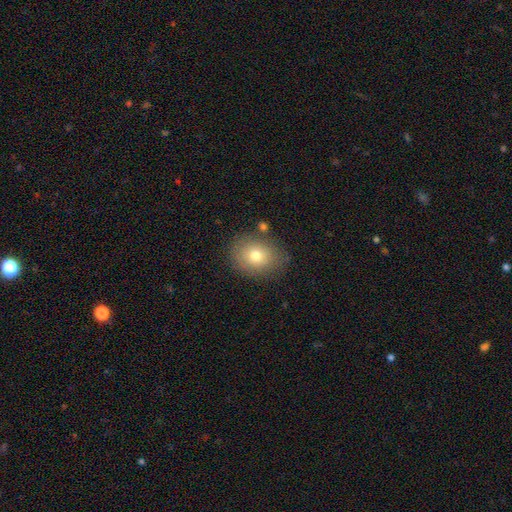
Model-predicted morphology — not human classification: Overall: smooth (75%). How rounded: in between (50%; round 49%). Merging: none (78%).